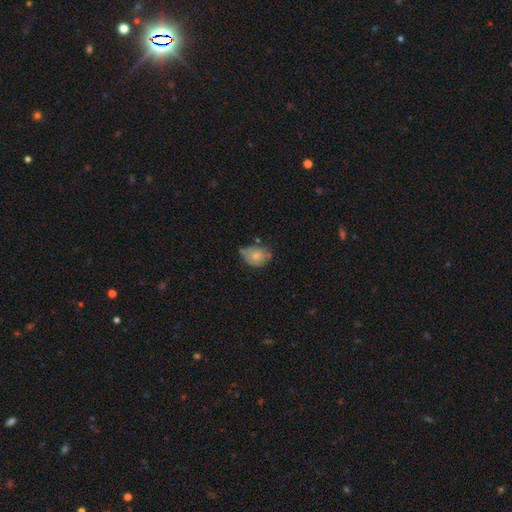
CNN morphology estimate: The model was most divided on "merging": none: 44%, minor disturbance: 38%, major disturbance: 10%, merger: 8%. More confident: smooth or featured — smooth (69%); how rounded — in between (53%).